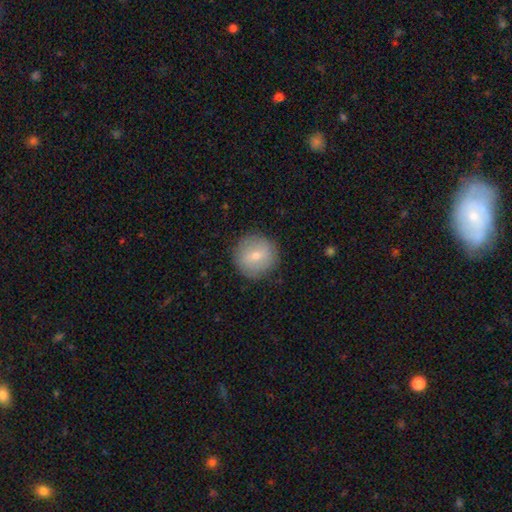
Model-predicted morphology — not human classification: Smooth or featured? Predicted: smooth (p=0.65). How rounded? Predicted: round (p=0.94). Merging? Predicted: none (p=0.89).